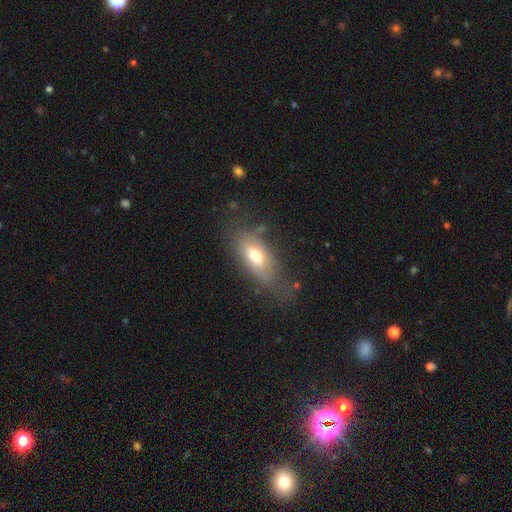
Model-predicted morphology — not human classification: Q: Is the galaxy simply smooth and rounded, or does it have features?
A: smooth — 67%.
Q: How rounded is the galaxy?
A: in between — 81%.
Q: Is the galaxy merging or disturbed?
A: none — 57%.